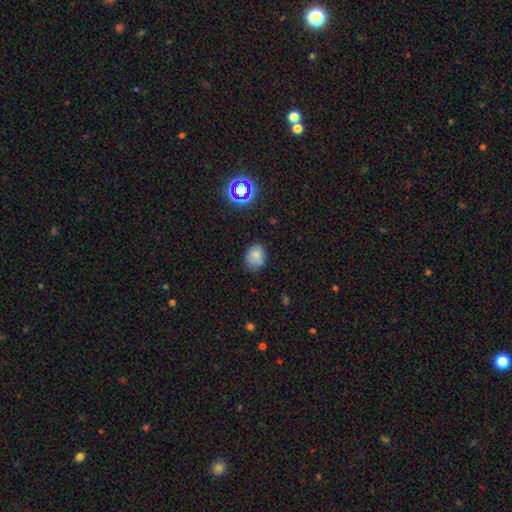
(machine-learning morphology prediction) Smooth or featured? Predicted: smooth (p=0.76). How rounded? Predicted: in between (p=0.55). Merging? Predicted: none (p=0.65).